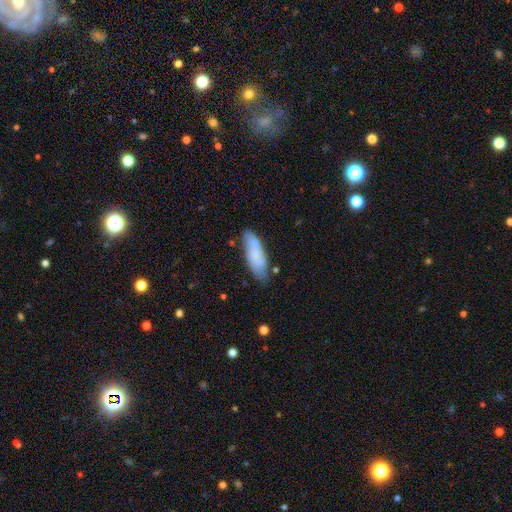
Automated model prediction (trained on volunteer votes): Q: Smooth or featured?
A: smooth (72%); runner-up: featured or disk (22%)
Q: How rounded?
A: in between (61%); runner-up: cigar-shaped (38%)
Q: Merging?
A: none (63%); runner-up: minor disturbance (23%)